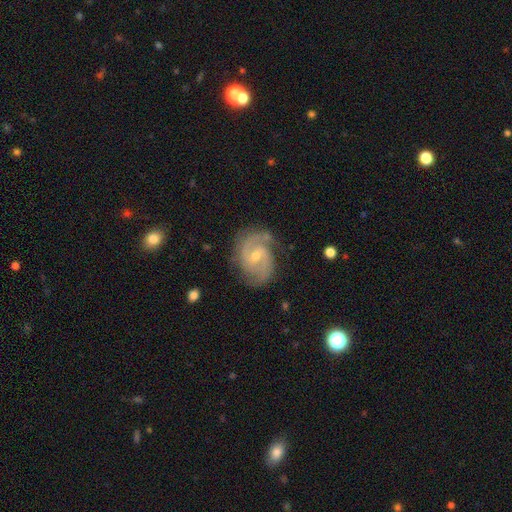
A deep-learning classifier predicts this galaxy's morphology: A featured or disk galaxy (90%) with a weak bar (51%), 2 (83%) medium (54%) spiral arms (98%) and a small central bulge (57%). Merging: none (76%).